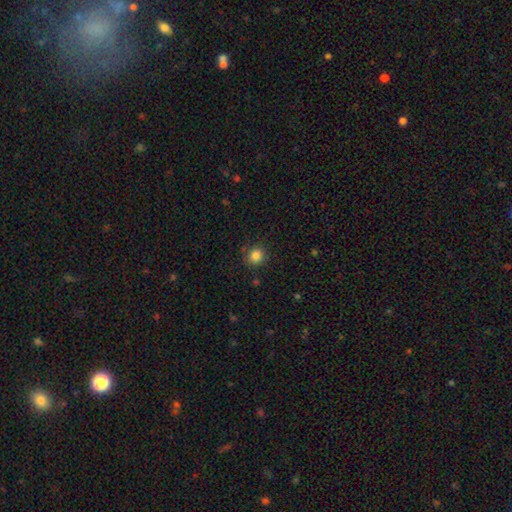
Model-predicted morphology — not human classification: Overall: smooth (84%). How rounded: round (88%). Merging: none (85%).